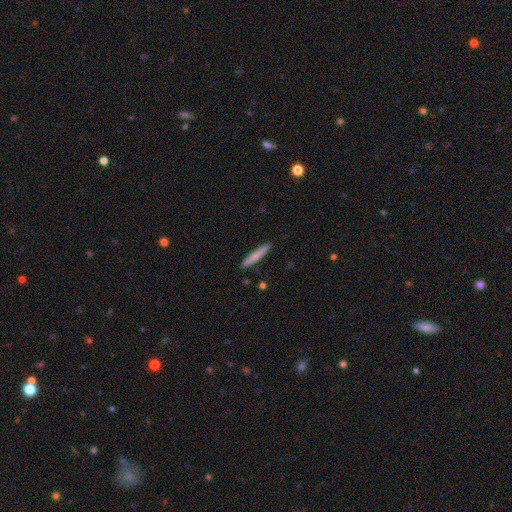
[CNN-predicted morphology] This is likely a smooth galaxy (74%). How rounded: clearly cigar-shaped (93%). Merging: clearly none (90%).